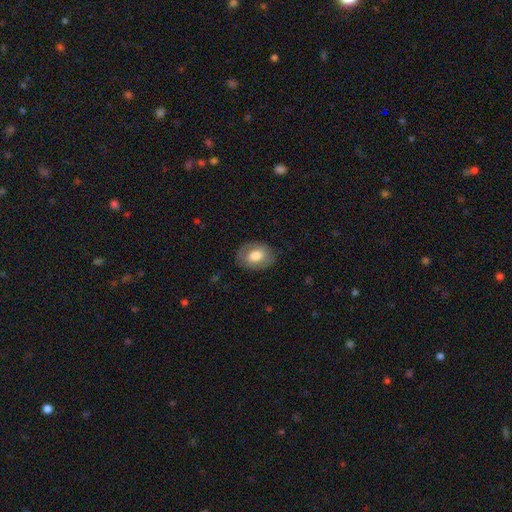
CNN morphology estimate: Smooth or featured: smooth — 70% (featured or disk — 24%)
How rounded: in between — 77% (round — 22%)
Merging: none — 80% (minor disturbance — 14%)